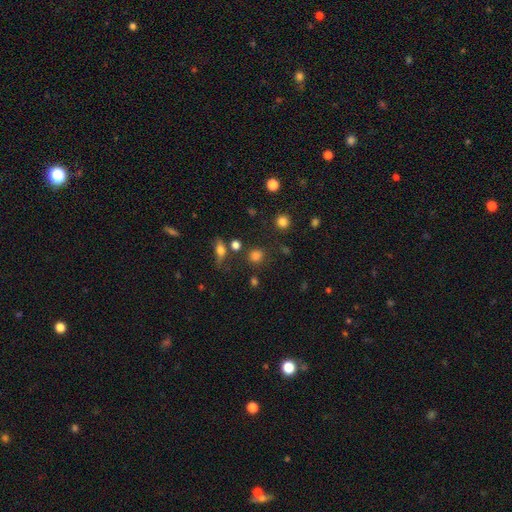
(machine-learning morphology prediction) Smooth or featured: smooth — 78% (star or artifact — 16%)
How rounded: round — 84% (in between — 15%)
Merging: none — 79% (minor disturbance — 10%)